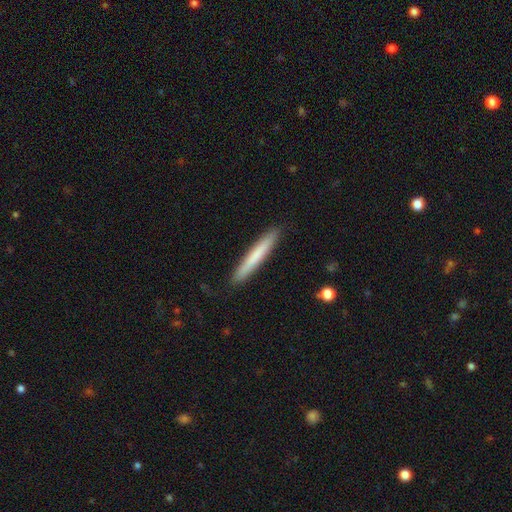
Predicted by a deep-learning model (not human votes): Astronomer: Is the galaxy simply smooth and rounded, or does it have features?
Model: smooth — 71%.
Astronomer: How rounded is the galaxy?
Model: cigar-shaped — 96%.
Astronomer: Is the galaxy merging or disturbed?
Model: none — 90%.